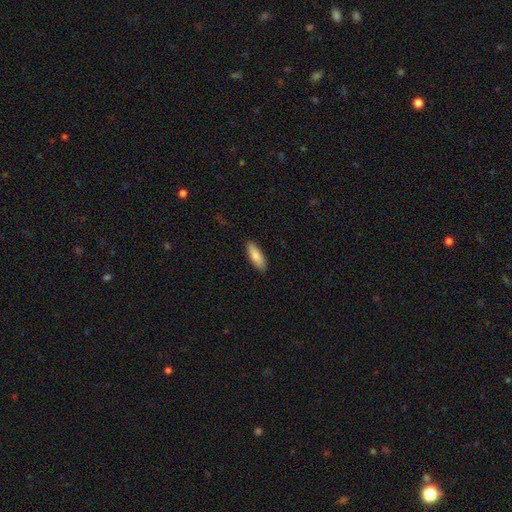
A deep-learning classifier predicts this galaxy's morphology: Overall: smooth (85%). How rounded: in between (64%; cigar-shaped 35%). Merging: none (89%).